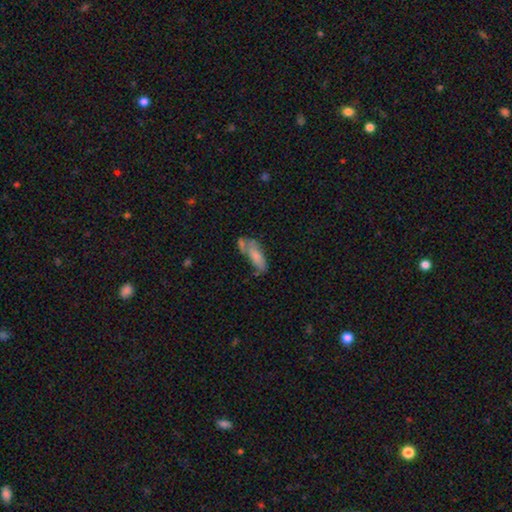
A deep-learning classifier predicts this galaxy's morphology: smooth_or_featured: smooth (p=0.70) [alt: featured or disk p=0.23]
how_rounded: in between (p=0.67) [alt: cigar-shaped p=0.30]
merging: none (p=0.39) [alt: merger p=0.24]